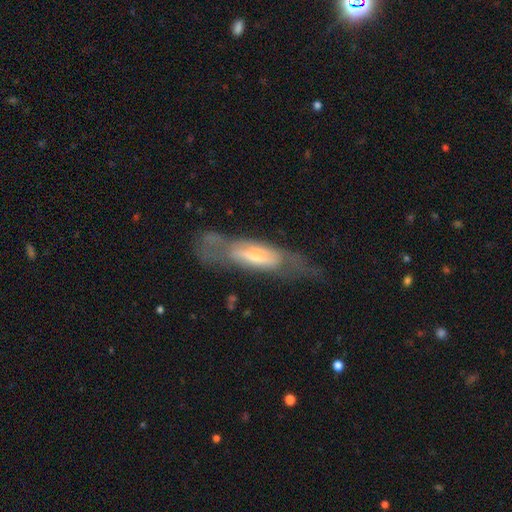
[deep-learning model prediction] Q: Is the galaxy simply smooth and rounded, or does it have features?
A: featured or disk — 57%.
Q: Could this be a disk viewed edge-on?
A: no — 51%.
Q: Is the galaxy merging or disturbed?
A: none — 42%.